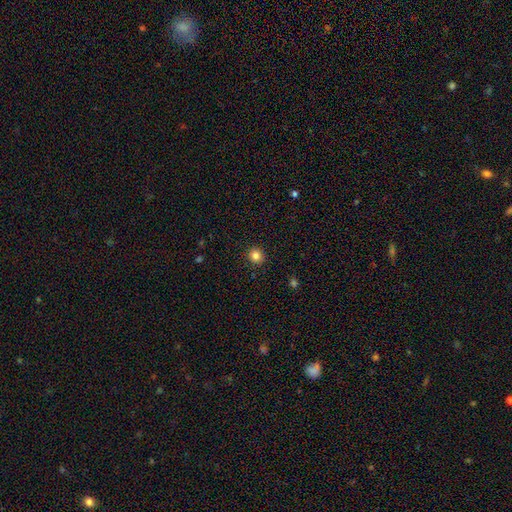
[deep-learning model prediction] This is clearly a smooth galaxy (83%). How rounded: clearly round (89%). Merging: clearly none (92%).